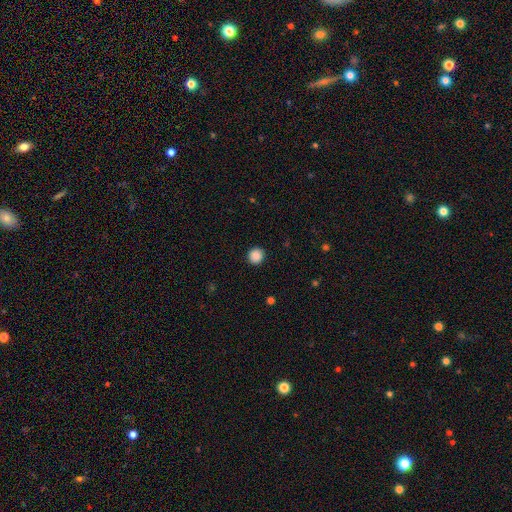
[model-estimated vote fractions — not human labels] A smooth galaxy with no disk features (88%) that is round (93%).

Vote fractions:
- Smooth or featured? smooth: 88% / star or artifact: 9% / featured or disk: 3%
- How rounded? round: 93% / in between: 6% / cigar-shaped: 1%
- Merging? none: 92% / minor disturbance: 6% / major disturbance: 2% / merger: 1%